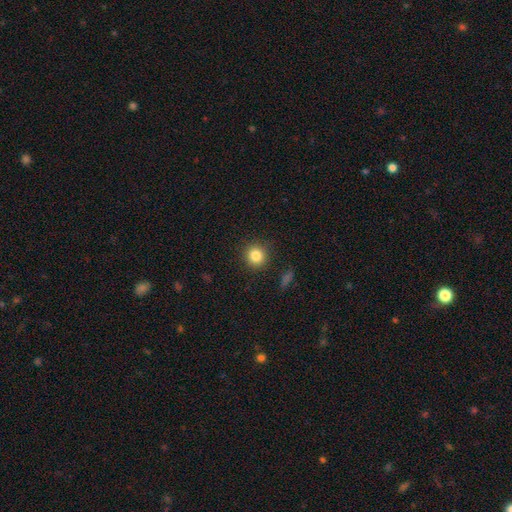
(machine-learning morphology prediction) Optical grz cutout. It shows a smooth galaxy with no disk features (84%) that is round (91%). Merging: none (90%).